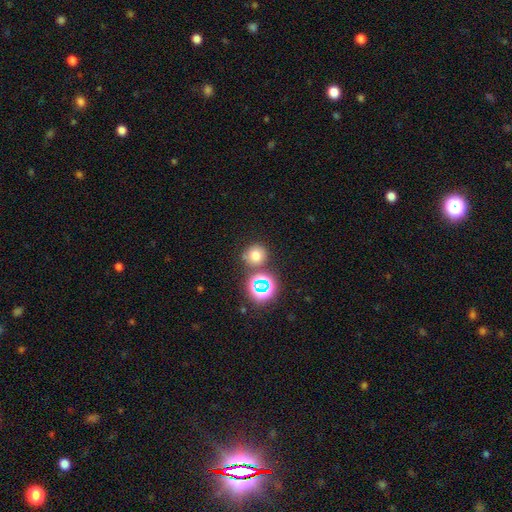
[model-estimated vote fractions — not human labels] The model was most divided on "smooth or featured": smooth: 68%, star or artifact: 23%, featured or disk: 9%. More confident: how rounded — round (87%); merging — none (74%).